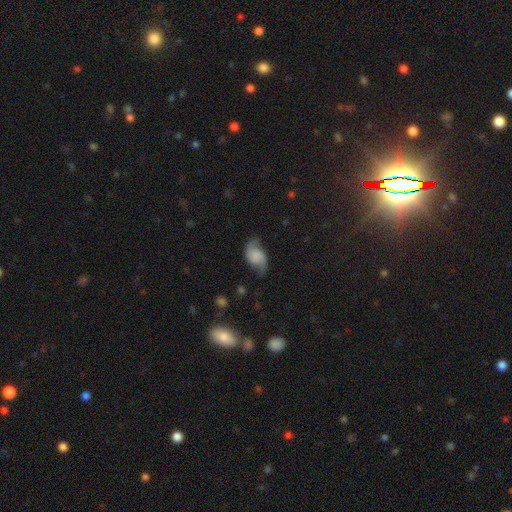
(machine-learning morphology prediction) type=featured or disk (60%); edge-on=no (97%); bar=no (66%); spiral arms=yes (92%); winding=loose (61%); arm count=2 (90%); bulge=none (59%); merging=none (65%).